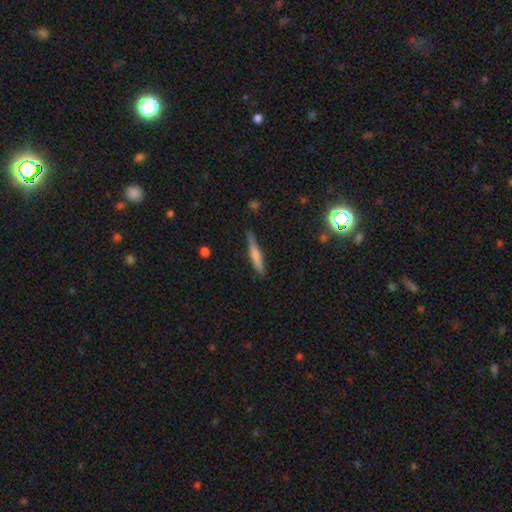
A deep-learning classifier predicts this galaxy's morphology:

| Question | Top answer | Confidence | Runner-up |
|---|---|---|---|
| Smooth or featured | smooth | 65% | featured or disk (28%) |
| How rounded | cigar-shaped | 91% | in between (7%) |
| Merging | none | 76% | minor disturbance (19%) |